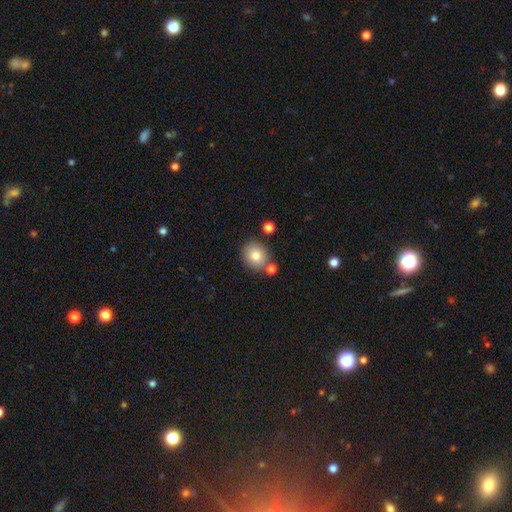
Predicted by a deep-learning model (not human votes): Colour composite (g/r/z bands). It shows a smooth galaxy with no disk features (79%) that is round (76%). Merging: none (75%).